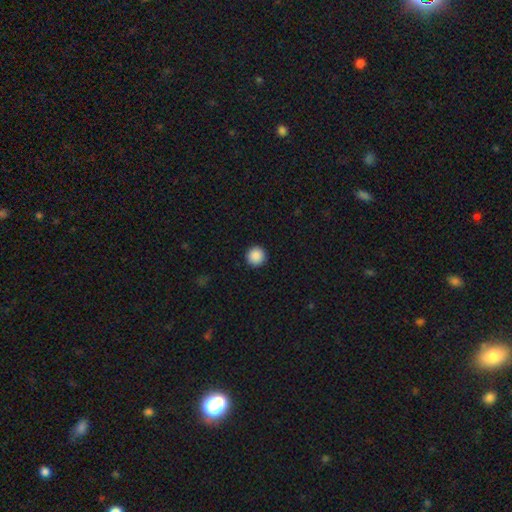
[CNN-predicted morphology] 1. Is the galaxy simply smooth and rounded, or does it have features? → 89% smooth, 9% star or artifact, 2% featured or disk.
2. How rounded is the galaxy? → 96% round, 3% in between, 1% cigar-shaped.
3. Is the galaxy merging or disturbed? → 93% none, 4% minor disturbance, 1% major disturbance, 1% merger.